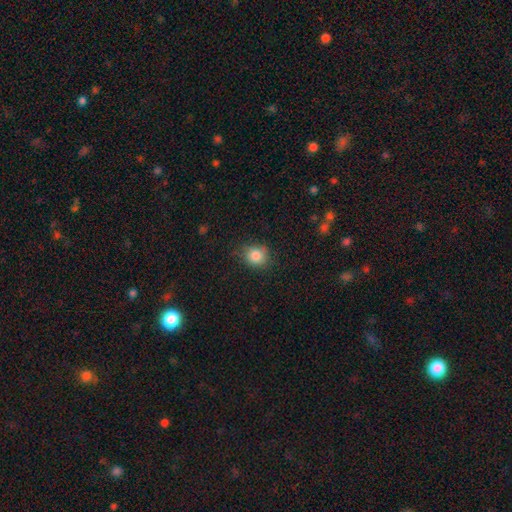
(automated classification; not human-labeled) Morphology: type=smooth (84%); roundness=round (75%); merging=none (77%).